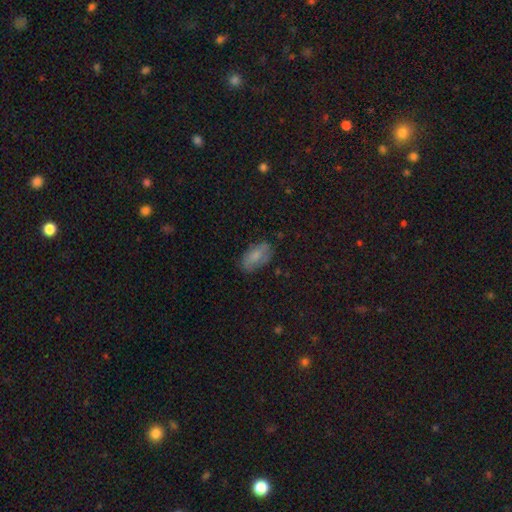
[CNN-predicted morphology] Q: Smooth or featured?
A: smooth (69%); runner-up: featured or disk (21%)
Q: How rounded?
A: in between (91%); runner-up: cigar-shaped (5%)
Q: Merging?
A: none (72%); runner-up: minor disturbance (21%)